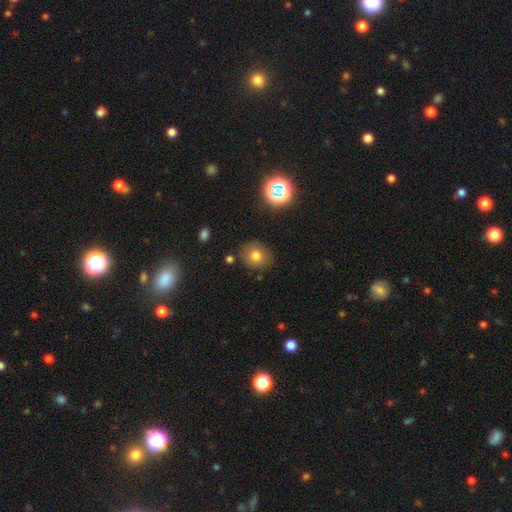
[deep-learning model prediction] Overall: smooth (75%). How rounded: round (75%). Merging: none (83%).